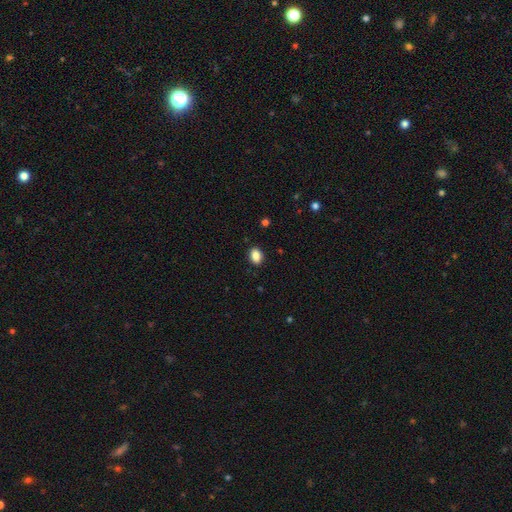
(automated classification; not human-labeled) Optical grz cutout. It shows a smooth galaxy with no disk features (87%) that is in between round and cigar-shaped (73%). Merging: none (89%).